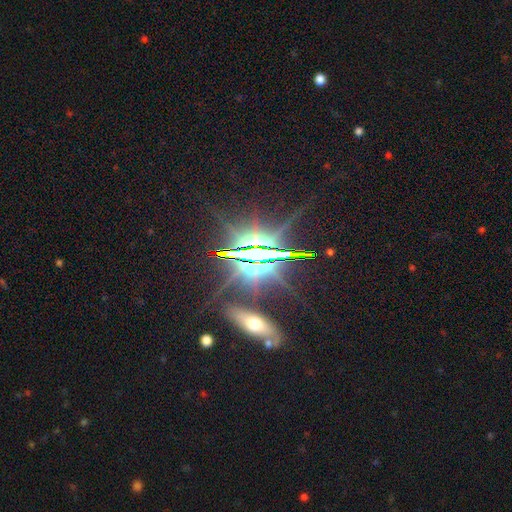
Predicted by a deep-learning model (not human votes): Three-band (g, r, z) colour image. It shows a star or artifact, not a galaxy (73%).